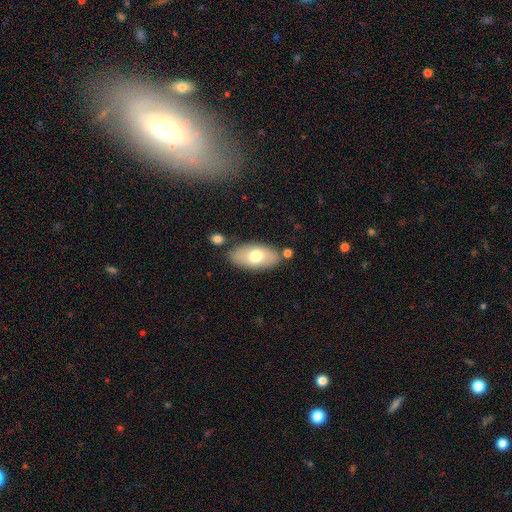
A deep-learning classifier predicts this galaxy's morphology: Overall: smooth (69%). How rounded: in between (93%). Merging: none (77%).